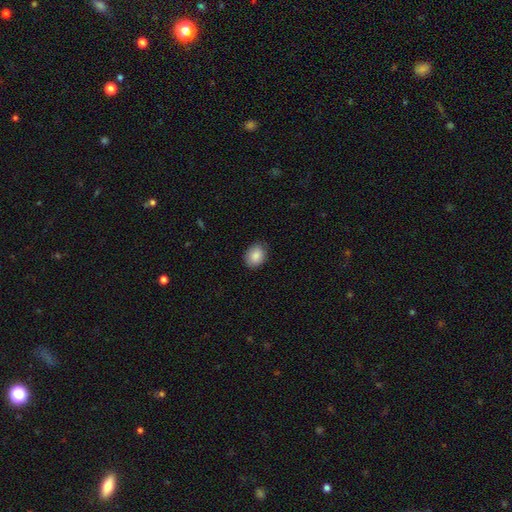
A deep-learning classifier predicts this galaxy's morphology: smooth_or_featured: smooth (p=0.88) [alt: star or artifact p=0.07]
how_rounded: in between (p=0.63) [alt: round p=0.36]
merging: none (p=0.84) [alt: minor disturbance p=0.13]